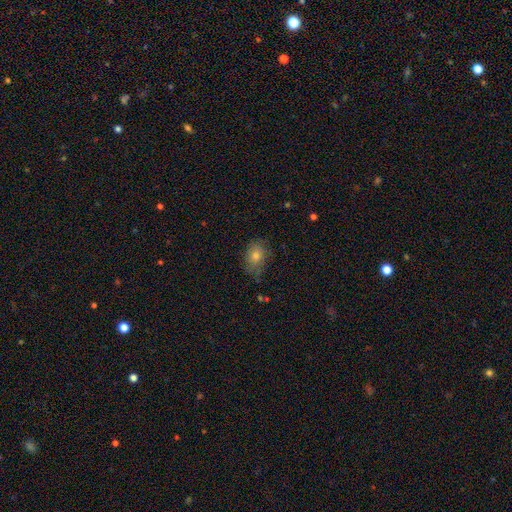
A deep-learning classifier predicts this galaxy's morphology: smooth 69%, featured or disk 17%, star or artifact 14%. Down the decision tree: how rounded — in between (68%); merging — none (68%).